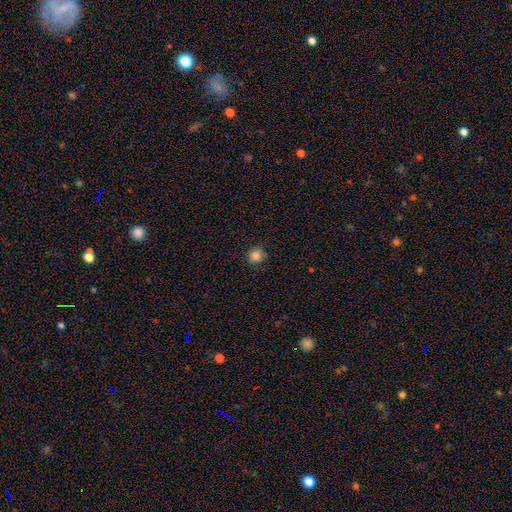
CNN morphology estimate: Smooth or featured? Predicted: smooth (p=0.85). How rounded? Predicted: round (p=0.88). Merging? Predicted: none (p=0.86).